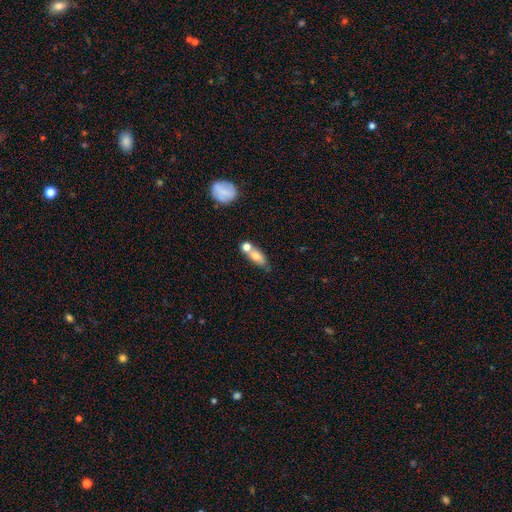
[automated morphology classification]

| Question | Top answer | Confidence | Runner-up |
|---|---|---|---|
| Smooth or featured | smooth | 68% | featured or disk (23%) |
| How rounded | in between | 66% | cigar-shaped (21%) |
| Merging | merger | 43% | none (38%) |